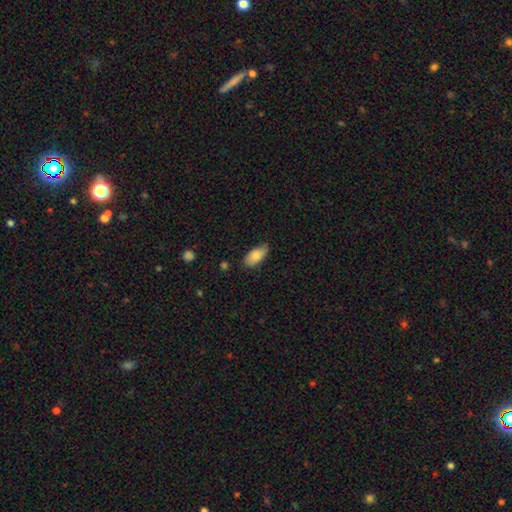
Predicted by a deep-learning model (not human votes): This is clearly a smooth galaxy (83%). How rounded: clearly in between (91%). Merging: likely none (74%).